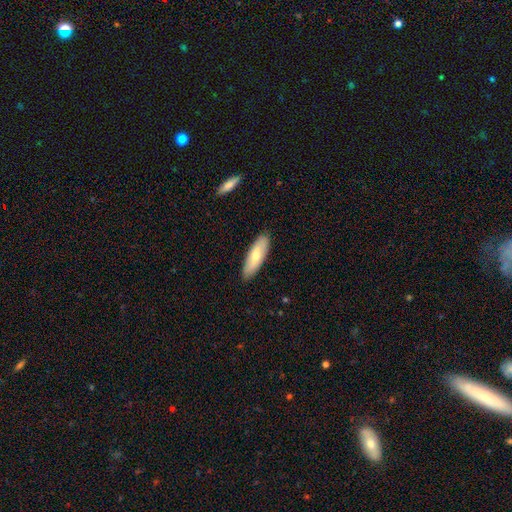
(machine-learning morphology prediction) Smooth or featured?
  - smooth: 69% *
  - featured or disk: 26%
  - star or artifact: 5%
How rounded?
  - in between: 55% *
  - cigar-shaped: 43%
  - round: 2%
Merging?
  - none: 88% *
  - minor disturbance: 9%
  - major disturbance: 2%
  - merger: 1%